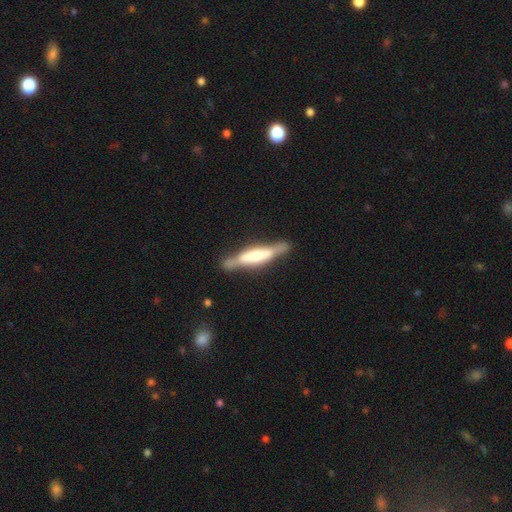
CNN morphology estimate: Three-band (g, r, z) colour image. It shows a featured or disk galaxy (60%) viewed edge-on (89%) with a boxy central bulge (53%). Merging: none (72%).